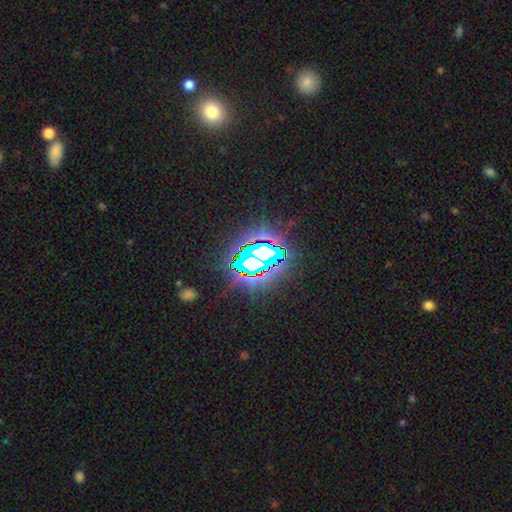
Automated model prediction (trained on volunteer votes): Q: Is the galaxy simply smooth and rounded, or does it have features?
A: star or artifact — 77%.